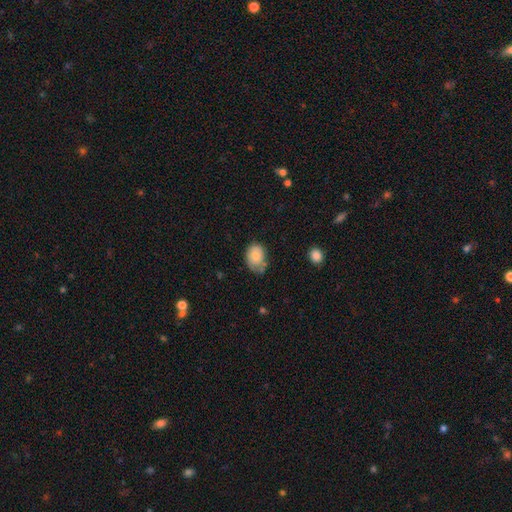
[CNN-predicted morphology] Q: Smooth or featured?
A: smooth (80%); runner-up: featured or disk (13%)
Q: How rounded?
A: in between (68%); runner-up: round (31%)
Q: Merging?
A: none (50%); runner-up: minor disturbance (35%)